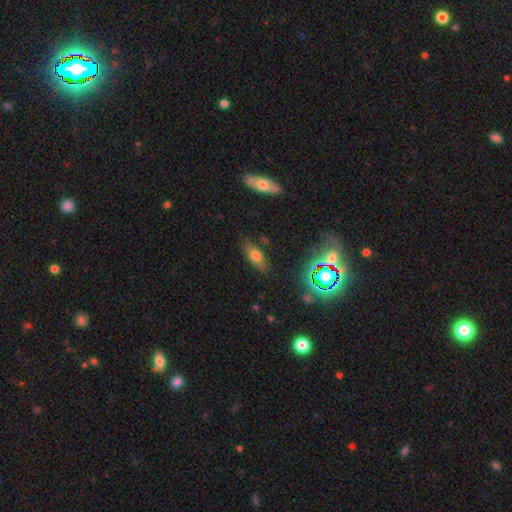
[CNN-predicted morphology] smooth_or_featured: smooth (p=0.63) [alt: featured or disk p=0.22]
how_rounded: in between (p=0.75) [alt: cigar-shaped p=0.20]
merging: none (p=0.78) [alt: minor disturbance p=0.15]